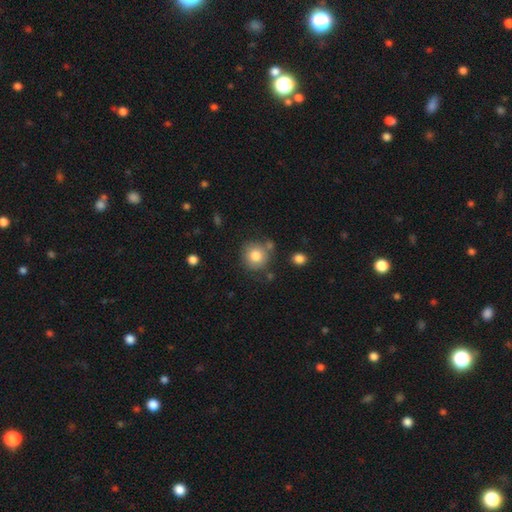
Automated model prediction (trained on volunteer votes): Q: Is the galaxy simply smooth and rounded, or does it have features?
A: smooth — 82%.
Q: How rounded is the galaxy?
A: round — 91%.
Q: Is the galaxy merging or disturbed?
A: none — 74%.